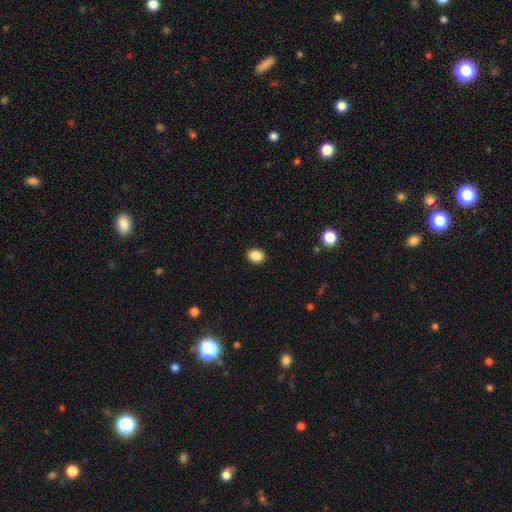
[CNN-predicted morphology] smooth 88%, star or artifact 9%, featured or disk 3%. Down the decision tree: how rounded — in between (53%); merging — none (91%).